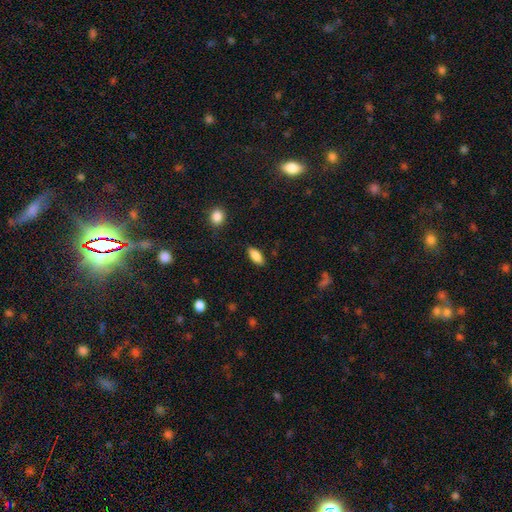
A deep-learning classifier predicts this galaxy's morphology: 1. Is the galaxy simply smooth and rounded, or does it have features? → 86% smooth, 7% featured or disk, 7% star or artifact.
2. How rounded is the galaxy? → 83% in between, 15% cigar-shaped, 2% round.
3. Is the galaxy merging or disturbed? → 87% none, 10% minor disturbance, 2% major disturbance, 1% merger.